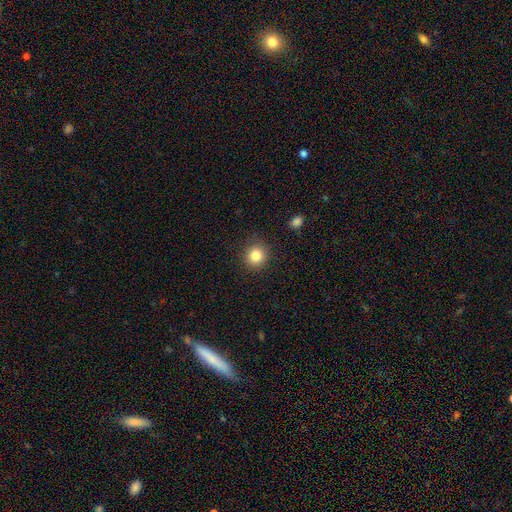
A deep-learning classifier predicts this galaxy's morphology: Smooth or featured?
  - smooth: 83% *
  - star or artifact: 11%
  - featured or disk: 6%
How rounded?
  - round: 91% *
  - in between: 8%
  - cigar-shaped: 1%
Merging?
  - none: 89% *
  - minor disturbance: 7%
  - major disturbance: 2%
  - merger: 1%